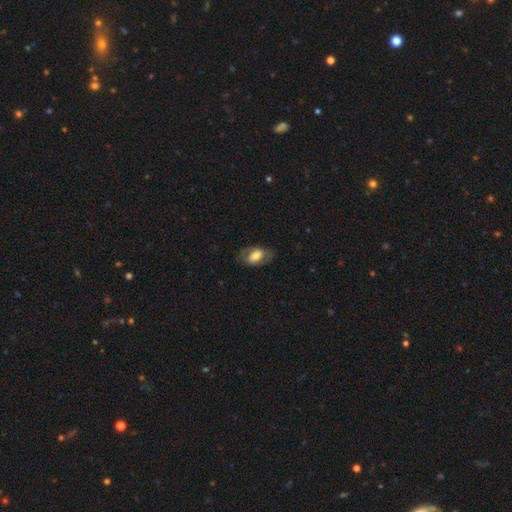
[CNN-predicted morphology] smooth-or-featured: smooth: 57% | featured or disk: 36% | star or artifact: 7%
  how-rounded: in between: 89% | round: 9% | cigar-shaped: 2%
  merging: none: 71% | minor disturbance: 17% | major disturbance: 11% | merger: 1%